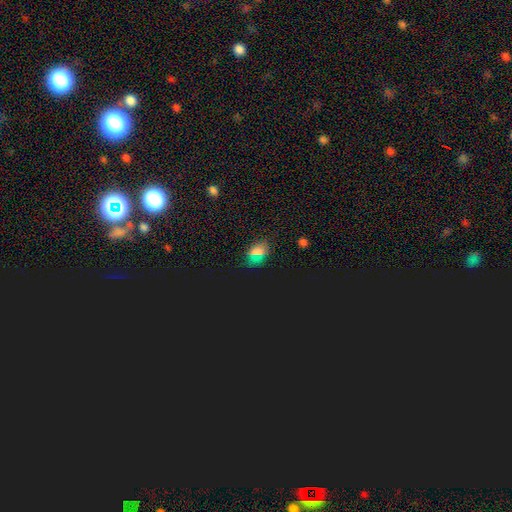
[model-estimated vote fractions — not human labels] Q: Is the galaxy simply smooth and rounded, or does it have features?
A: smooth — 56%.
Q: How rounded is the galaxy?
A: in between — 70%.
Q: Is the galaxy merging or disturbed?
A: none — 83%.